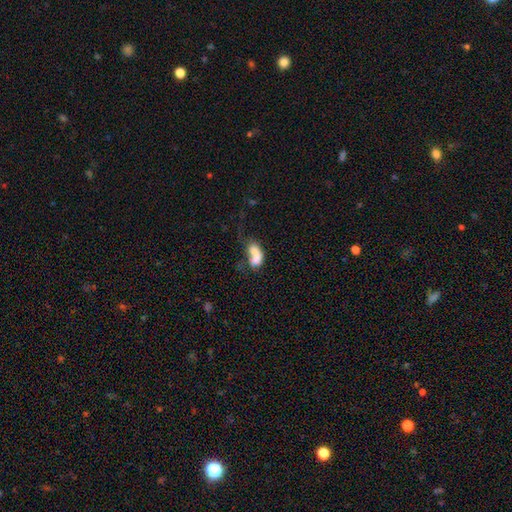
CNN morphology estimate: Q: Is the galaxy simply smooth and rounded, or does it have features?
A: smooth — 63%.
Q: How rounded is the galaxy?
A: in between — 85%.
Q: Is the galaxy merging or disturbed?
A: merger — 37%.